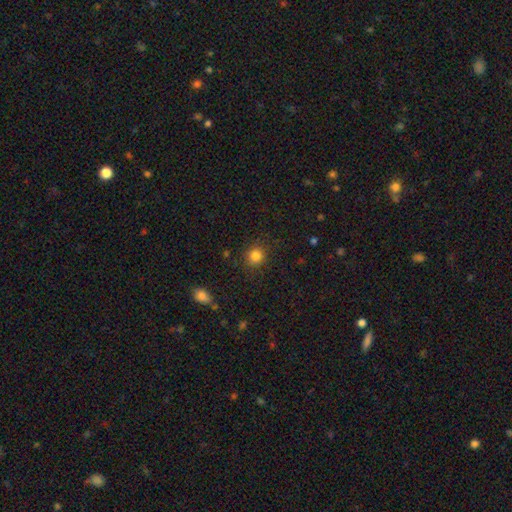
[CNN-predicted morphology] Smooth or featured? smooth (84%)
How rounded? round (89%)
Merging? none (88%)